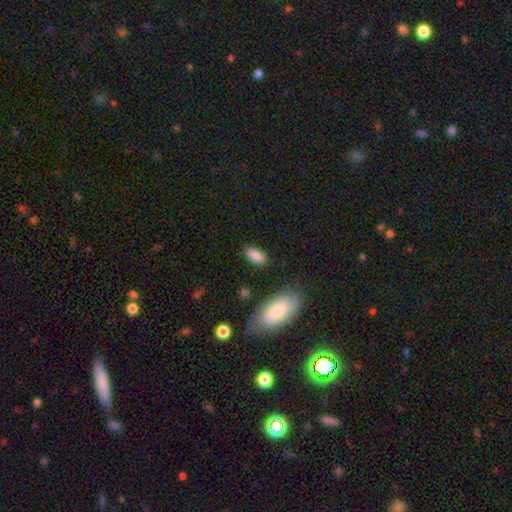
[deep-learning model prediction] Overall: smooth (87%). How rounded: in between (90%). Merging: none (83%).